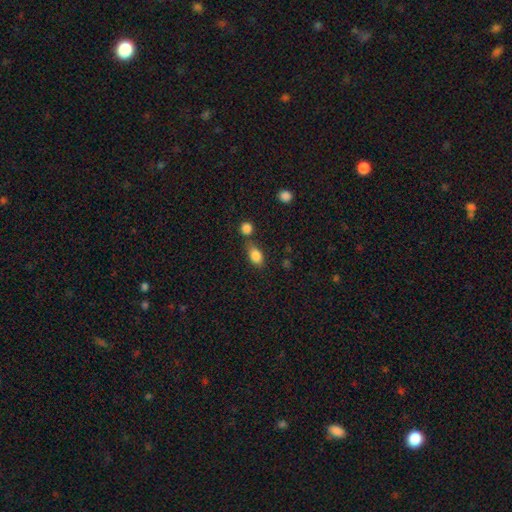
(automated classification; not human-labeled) Smooth or featured? Predicted: smooth (p=0.85). How rounded? Predicted: in between (p=0.81). Merging? Predicted: none (p=0.59).